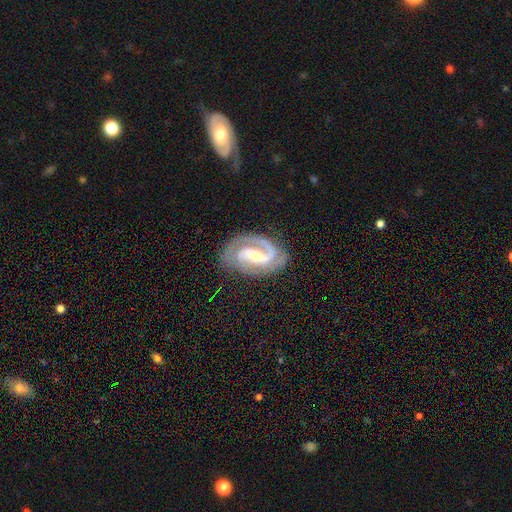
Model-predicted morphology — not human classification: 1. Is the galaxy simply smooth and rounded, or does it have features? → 90% featured or disk, 5% smooth, 5% star or artifact.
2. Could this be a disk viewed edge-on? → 97% no, 3% yes.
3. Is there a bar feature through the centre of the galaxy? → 45% strong, 36% weak, 18% no.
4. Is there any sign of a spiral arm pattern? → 97% yes, 3% no.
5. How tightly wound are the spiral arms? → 45% tight, 44% medium, 11% loose.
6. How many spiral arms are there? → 80% 2, 9% 1, 4% 3, 4% can't tell, 1% 4, 1% more than 4.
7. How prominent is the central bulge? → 53% small, 42% moderate, 3% large, 2% none, 1% dominant.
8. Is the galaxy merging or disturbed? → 76% none, 15% minor disturbance, 7% major disturbance, 2% merger.